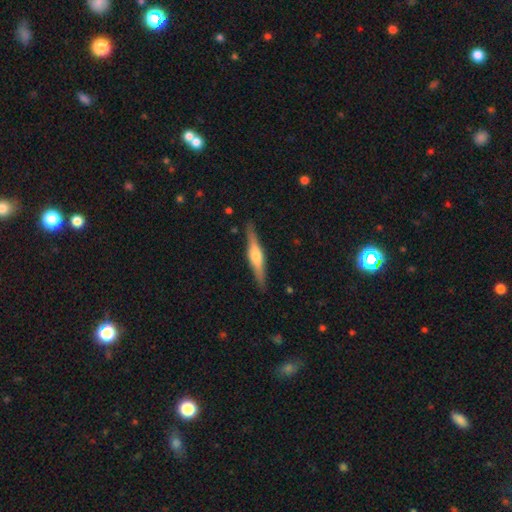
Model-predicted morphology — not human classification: This appears to be a featured or disk galaxy (66%) viewed edge-on (97%) with a rounded central bulge (88%). Merging: none (88%).